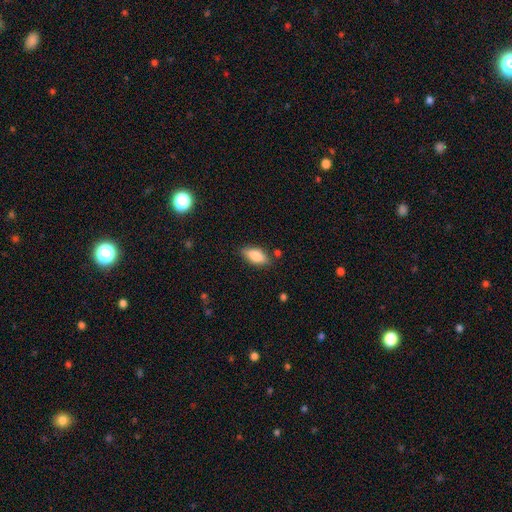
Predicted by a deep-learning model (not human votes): Morphology: type=smooth (81%); roundness=in between (85%); merging=none (80%).